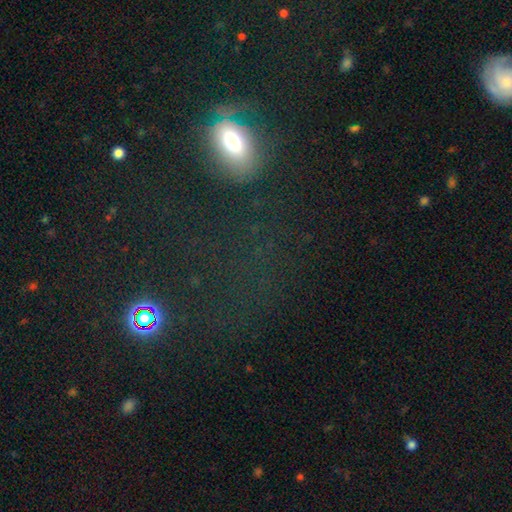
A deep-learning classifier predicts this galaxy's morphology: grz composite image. It shows a smooth galaxy with no disk features (46%). Merging: none (62%).